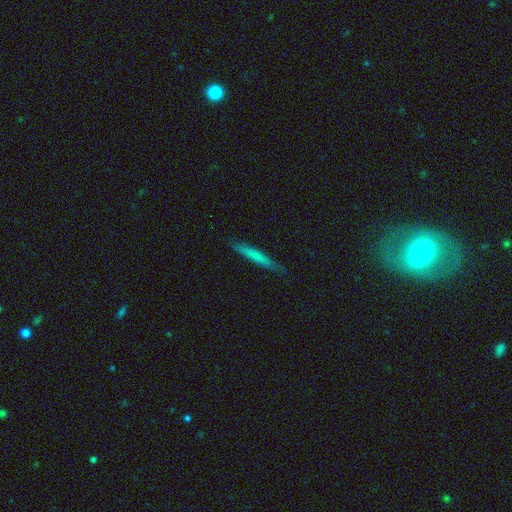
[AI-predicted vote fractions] smooth 66%, featured or disk 28%, star or artifact 6%. Down the decision tree: how rounded — cigar-shaped (95%); merging — none (86%).